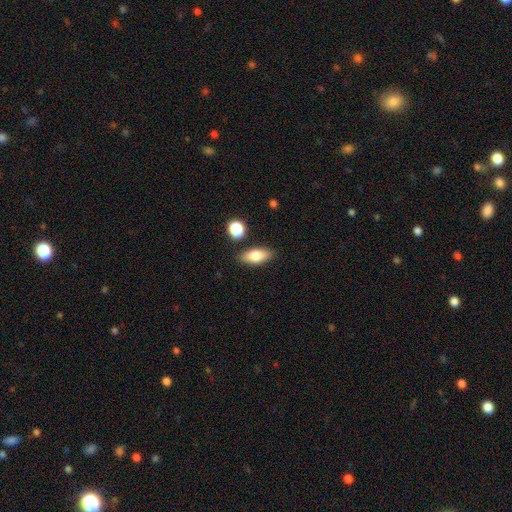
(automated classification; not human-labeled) A smooth galaxy with no disk features (75%) that is in between round and cigar-shaped (81%). Merging: none (84%).